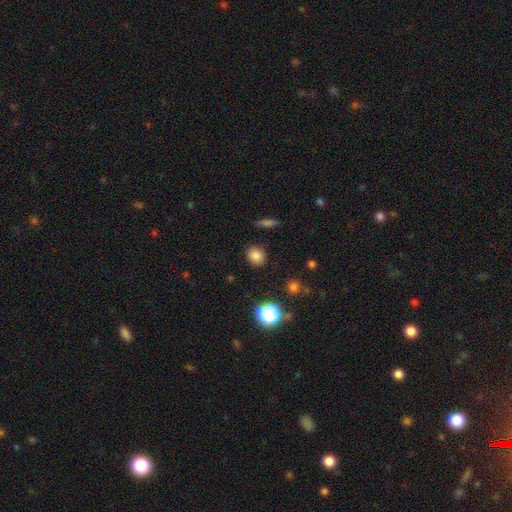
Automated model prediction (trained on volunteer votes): Overall: smooth (81%). How rounded: round (65%; in between 34%). Merging: none (88%).